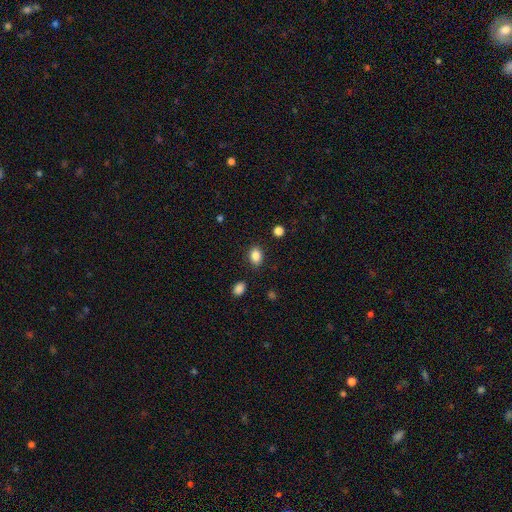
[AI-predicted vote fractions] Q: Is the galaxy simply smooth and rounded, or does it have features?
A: smooth — 86%.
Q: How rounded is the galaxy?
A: in between — 74%.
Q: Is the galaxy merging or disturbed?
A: none — 85%.